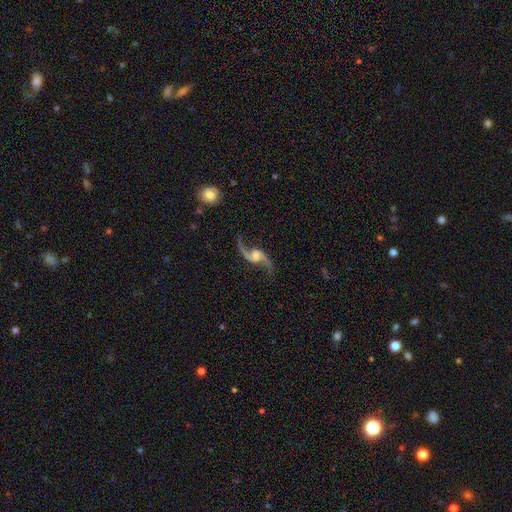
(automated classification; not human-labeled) A featured or disk galaxy (91%) with no bar (49%), 2 (94%) loose (87%) spiral arms (97%) and a moderate central bulge (47%). Merging: none (78%).